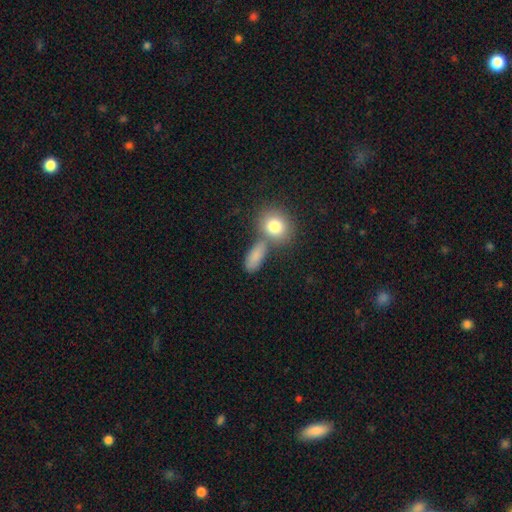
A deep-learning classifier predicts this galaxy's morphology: smooth_or_featured: smooth (p=0.82) [alt: star or artifact p=0.09]
how_rounded: in between (p=0.69) [alt: round p=0.19]
merging: none (p=0.53) [alt: merger p=0.27]